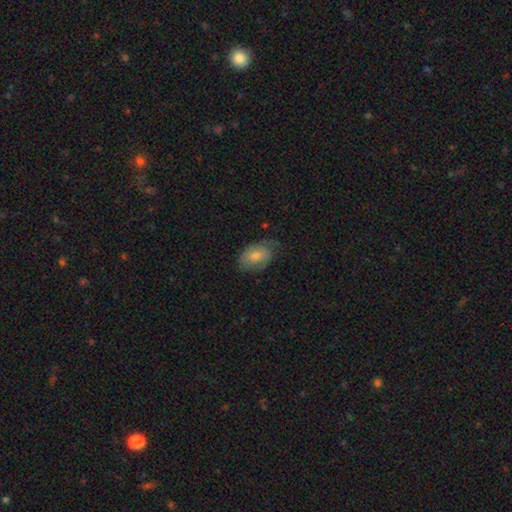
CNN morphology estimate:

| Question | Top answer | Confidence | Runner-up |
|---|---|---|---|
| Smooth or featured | smooth | 52% | featured or disk (40%) |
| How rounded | in between | 86% | round (12%) |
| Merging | none | 64% | minor disturbance (27%) |